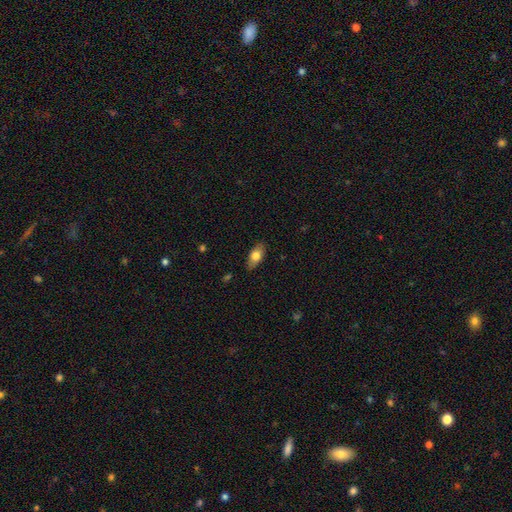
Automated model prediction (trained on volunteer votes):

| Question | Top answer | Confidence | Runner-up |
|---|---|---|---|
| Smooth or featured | smooth | 74% | featured or disk (19%) |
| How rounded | in between | 85% | cigar-shaped (11%) |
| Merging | none | 85% | minor disturbance (12%) |